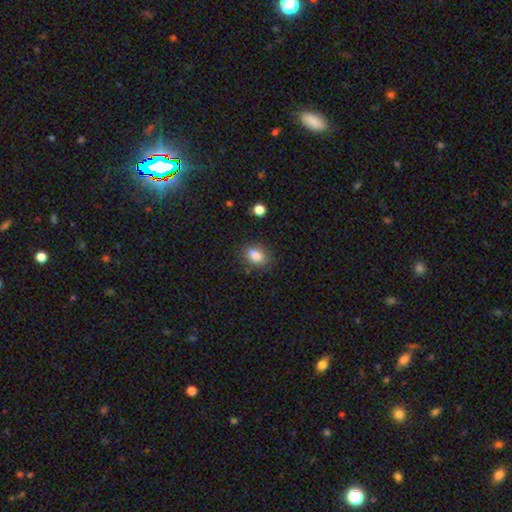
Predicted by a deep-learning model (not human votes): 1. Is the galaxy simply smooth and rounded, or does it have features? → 83% smooth, 10% star or artifact, 7% featured or disk.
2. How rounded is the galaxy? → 79% in between, 19% round, 2% cigar-shaped.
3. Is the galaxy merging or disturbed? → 77% none, 15% minor disturbance, 4% merger, 4% major disturbance.